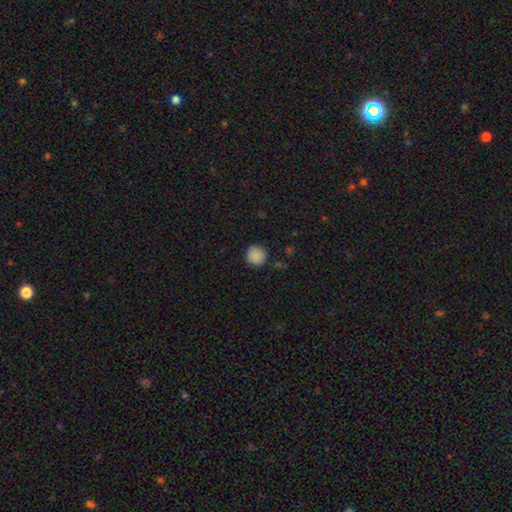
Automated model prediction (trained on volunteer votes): Morphology: type=smooth (87%); roundness=round (93%); merging=none (86%).